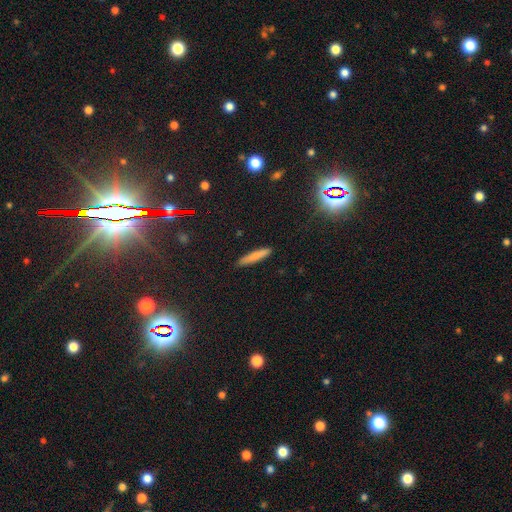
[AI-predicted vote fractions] Morphology: type=smooth (77%); roundness=cigar-shaped (92%); merging=none (90%).